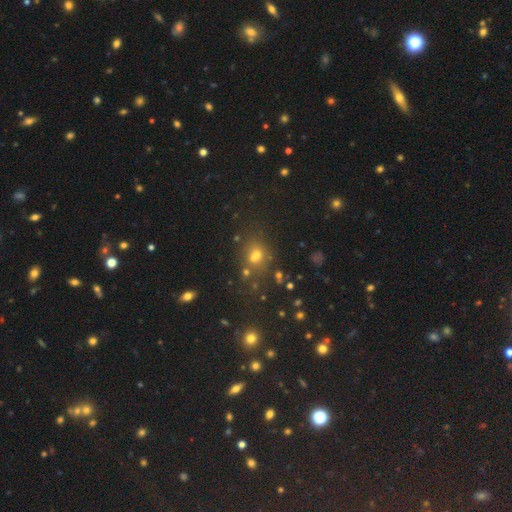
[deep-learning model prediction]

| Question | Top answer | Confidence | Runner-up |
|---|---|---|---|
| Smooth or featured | smooth | 54% | star or artifact (29%) |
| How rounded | round | 58% | in between (40%) |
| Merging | none | 47% | merger (35%) |